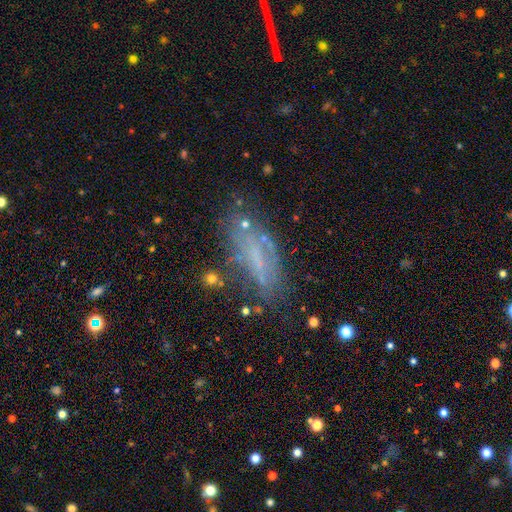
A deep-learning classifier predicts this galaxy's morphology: smooth-or-featured: featured or disk: 51% | smooth: 31% | star or artifact: 18%
  disk-edge-on: no: 73% | yes: 27%
  merging: none: 56% | minor disturbance: 22% | major disturbance: 16% | merger: 5%